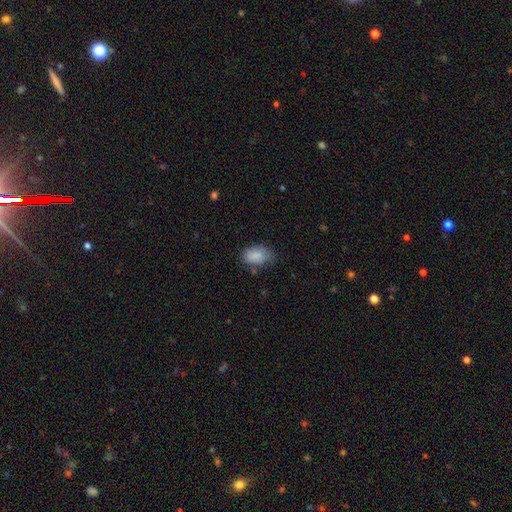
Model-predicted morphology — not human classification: The model was most divided on "merging": none: 65%, minor disturbance: 26%, major disturbance: 6%, merger: 3%. More confident: how rounded — in between (90%); smooth or featured — smooth (87%).